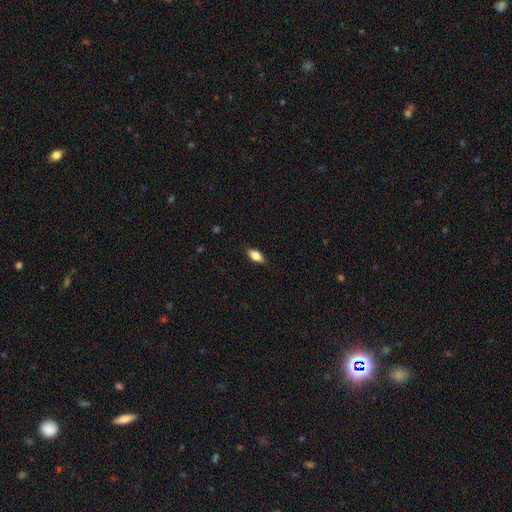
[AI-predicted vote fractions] Smooth or featured? smooth (79%)
How rounded? in between (88%)
Merging? none (86%)